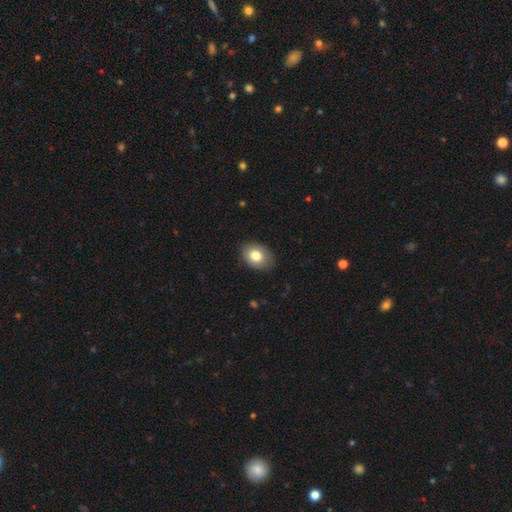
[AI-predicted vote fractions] Smooth or featured? smooth (79%)
How rounded? in between (71%)
Merging? none (84%)